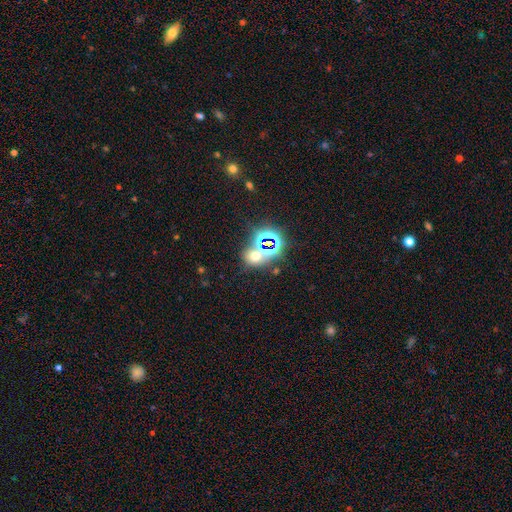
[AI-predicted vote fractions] A star or artifact, not a galaxy (45%, tied with smooth).

Vote fractions:
- Smooth or featured? star or artifact: 45% (tied) / smooth: 45% (tied) / featured or disk: 10%